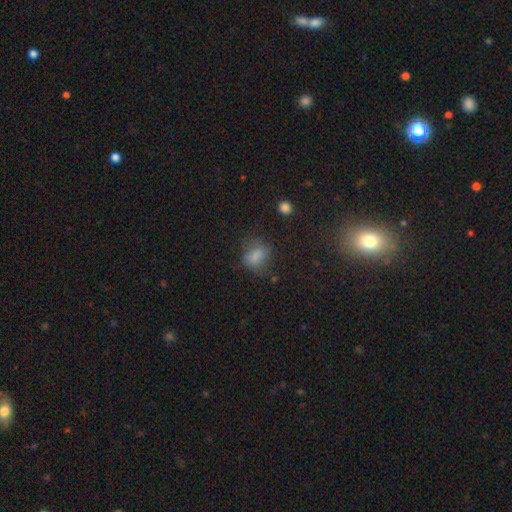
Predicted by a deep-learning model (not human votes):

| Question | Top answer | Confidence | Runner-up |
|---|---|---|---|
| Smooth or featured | smooth | 73% | star or artifact (15%) |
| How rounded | in between | 65% | round (32%) |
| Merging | none | 53% | minor disturbance (25%) |